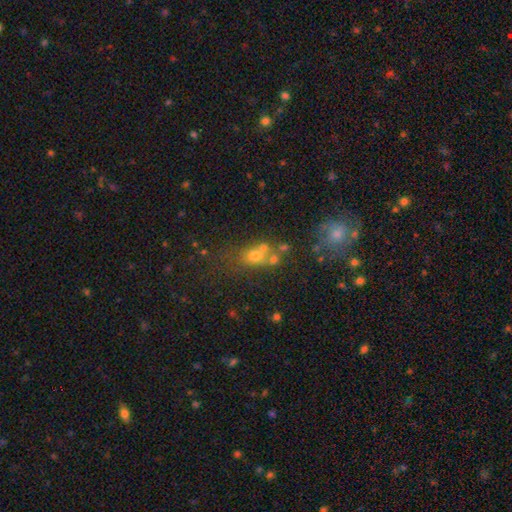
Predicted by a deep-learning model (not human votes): Overall: smooth (57%; star or artifact 23%). How rounded: round (60%; in between 36%). Merging: none (44%; merger 35%).